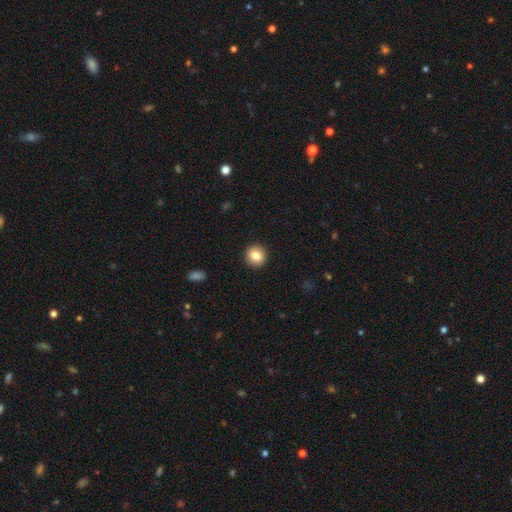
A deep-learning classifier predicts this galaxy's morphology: This is clearly a smooth galaxy (83%). How rounded: clearly round (92%). Merging: clearly none (93%).